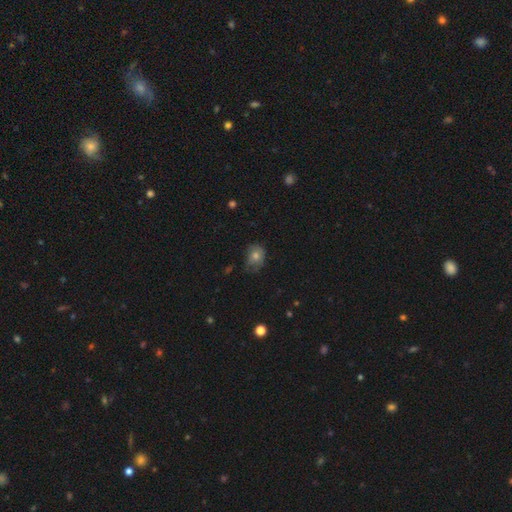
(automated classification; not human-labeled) The model was most divided on "how rounded": round: 50%, in between: 49%, cigar-shaped: 1%. More confident: smooth or featured — smooth (63%); merging — none (57%).